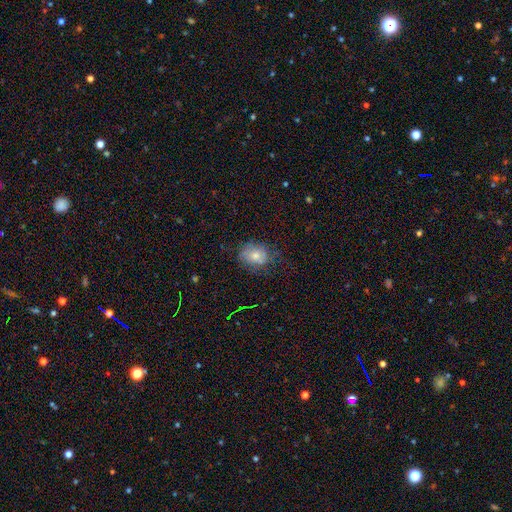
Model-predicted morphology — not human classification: The model was most divided on "how rounded": in between: 53%, round: 46%, cigar-shaped: 1%. More confident: smooth or featured — smooth (64%); merging — none (55%).